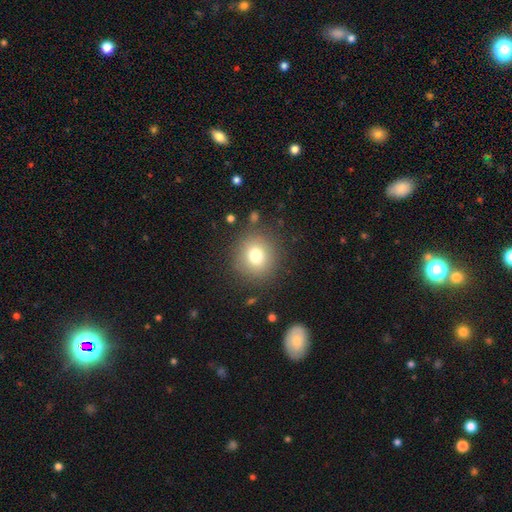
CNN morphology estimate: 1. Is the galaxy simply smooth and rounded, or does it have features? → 77% smooth, 13% star or artifact, 11% featured or disk.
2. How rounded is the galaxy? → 89% round, 10% in between, 1% cigar-shaped.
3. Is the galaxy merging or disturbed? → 86% none, 8% minor disturbance, 4% major disturbance, 2% merger.